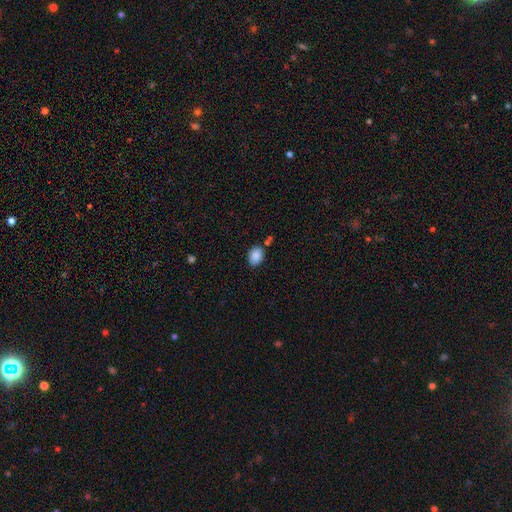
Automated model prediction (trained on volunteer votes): Q: Smooth or featured?
A: smooth (87%); runner-up: star or artifact (8%)
Q: How rounded?
A: in between (68%); runner-up: round (31%)
Q: Merging?
A: none (76%); runner-up: minor disturbance (14%)